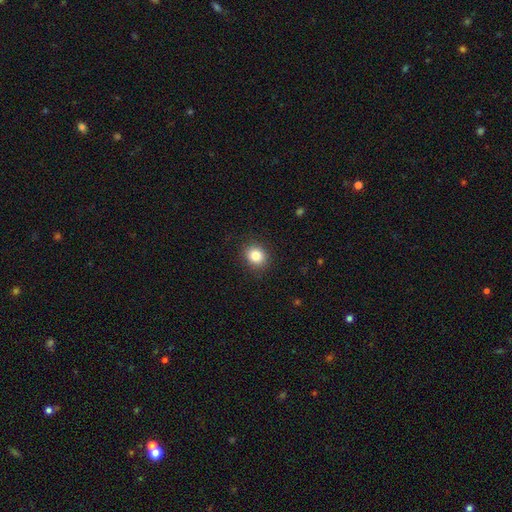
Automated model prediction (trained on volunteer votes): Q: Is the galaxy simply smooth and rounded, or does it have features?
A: smooth — 82%.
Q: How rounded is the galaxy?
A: round — 74%.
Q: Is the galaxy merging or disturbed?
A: none — 89%.